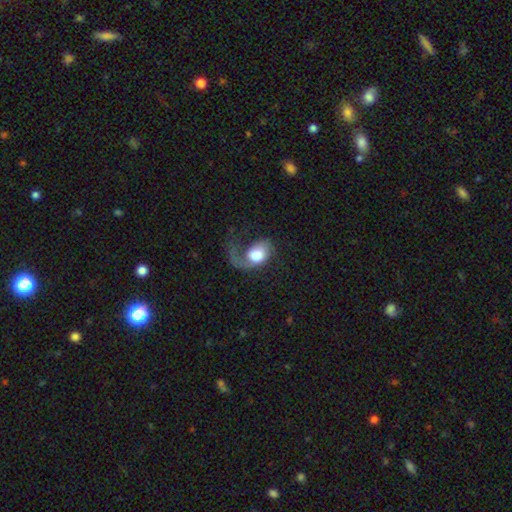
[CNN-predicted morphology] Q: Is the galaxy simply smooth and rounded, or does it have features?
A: featured or disk — 53%.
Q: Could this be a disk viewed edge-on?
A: no — 96%.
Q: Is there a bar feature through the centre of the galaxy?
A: no — 75%.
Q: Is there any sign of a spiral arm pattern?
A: yes — 84%.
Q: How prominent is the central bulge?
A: large — 48%.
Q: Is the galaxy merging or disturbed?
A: major disturbance — 52%.